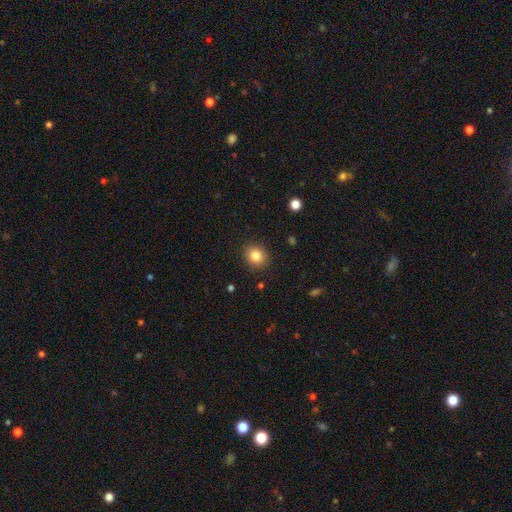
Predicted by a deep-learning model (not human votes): Smooth or featured: smooth — 83% (star or artifact — 10%)
How rounded: round — 78% (in between — 22%)
Merging: none — 90% (minor disturbance — 7%)